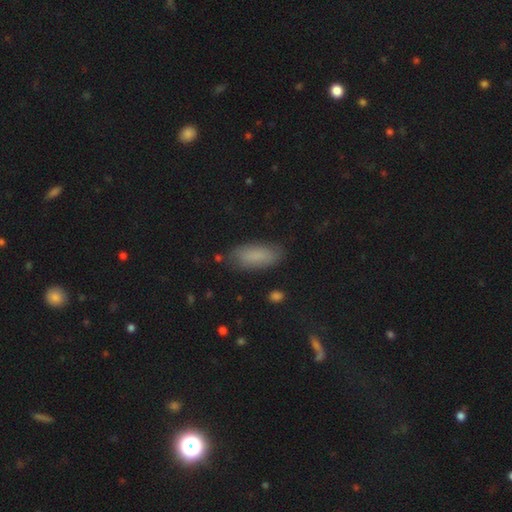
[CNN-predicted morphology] Smooth or featured? smooth (84%)
How rounded? in between (76%)
Merging? none (80%)